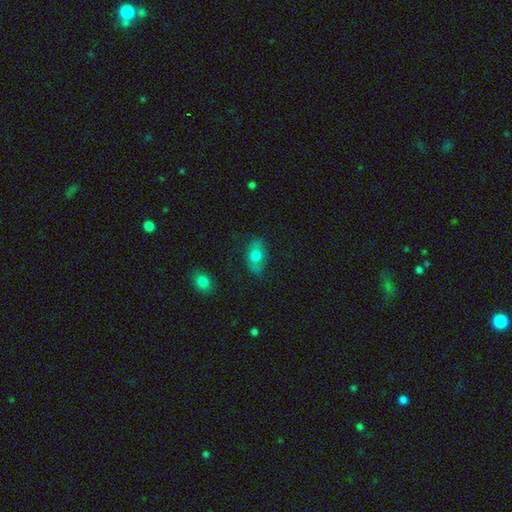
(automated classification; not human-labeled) smooth_or_featured: smooth (p=0.67) [alt: featured or disk p=0.24]
how_rounded: in between (p=0.85) [alt: round p=0.13]
merging: none (p=0.77) [alt: minor disturbance p=0.17]